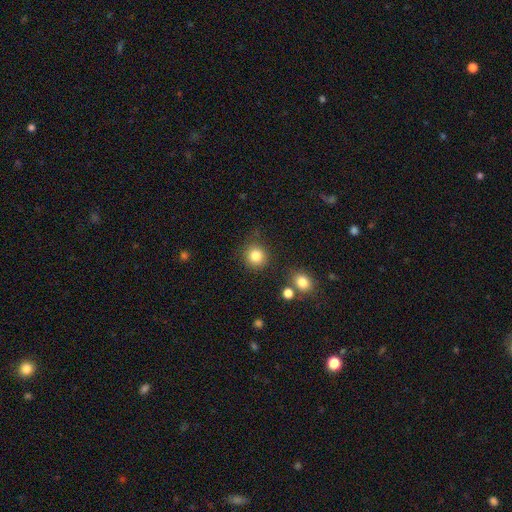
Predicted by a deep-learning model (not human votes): Smooth or featured? smooth (84%)
How rounded? round (91%)
Merging? none (83%)